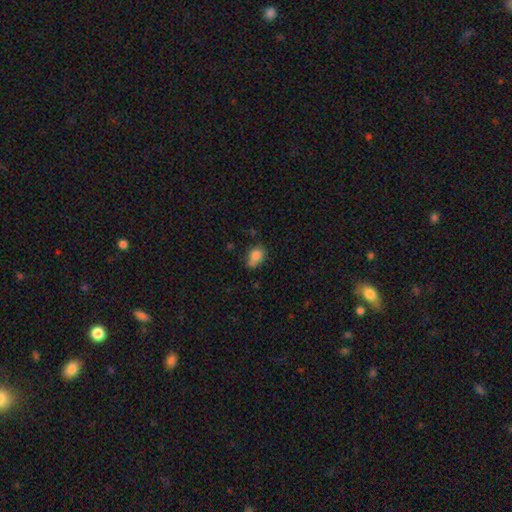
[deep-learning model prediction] Smooth or featured: smooth — 82% (star or artifact — 10%)
How rounded: in between — 64% (round — 34%)
Merging: none — 48% (minor disturbance — 32%)